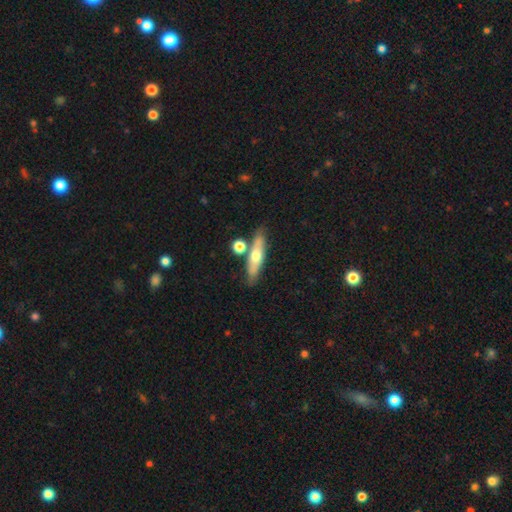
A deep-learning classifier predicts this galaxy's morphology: This is possibly a smooth galaxy (50%). Merging: likely none (75%).